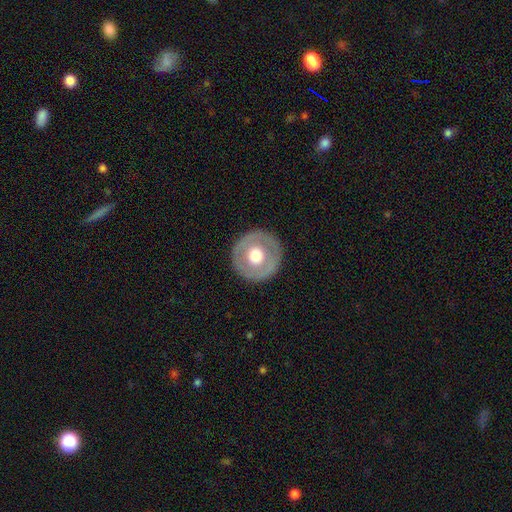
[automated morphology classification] Smooth or featured? Predicted: smooth (p=0.50). Merging? Predicted: none (p=0.89).